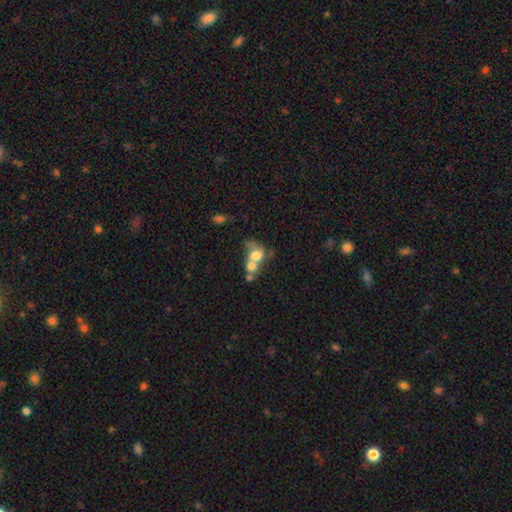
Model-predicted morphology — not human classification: Overall: smooth (64%; featured or disk 25%). How rounded: round (52%; in between 47%). Merging: merger (70%).